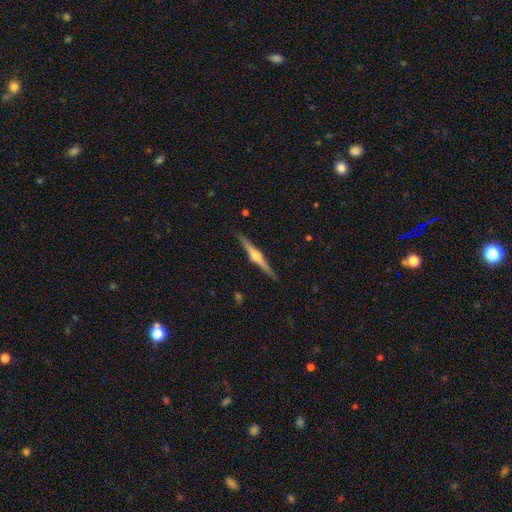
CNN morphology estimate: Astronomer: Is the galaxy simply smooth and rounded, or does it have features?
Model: featured or disk — 81%.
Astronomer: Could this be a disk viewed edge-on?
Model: yes — 99%.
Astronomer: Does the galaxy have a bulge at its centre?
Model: rounded — 92%.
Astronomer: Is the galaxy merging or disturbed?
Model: none — 91%.